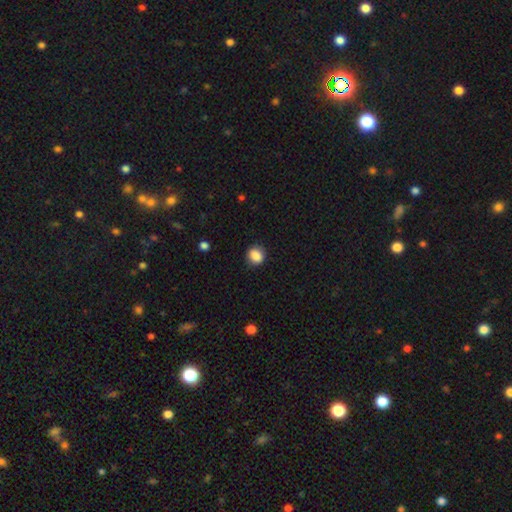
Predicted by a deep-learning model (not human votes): Smooth or featured? smooth (87%)
How rounded? round (69%)
Merging? none (85%)